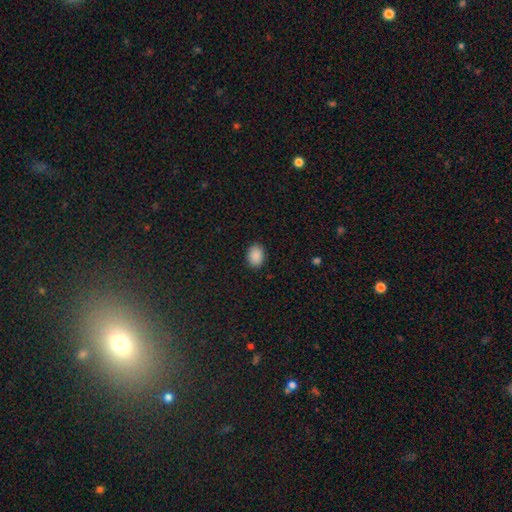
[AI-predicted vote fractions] Smooth or featured: smooth — 89% (star or artifact — 8%)
How rounded: in between — 67% (round — 32%)
Merging: none — 88% (minor disturbance — 8%)